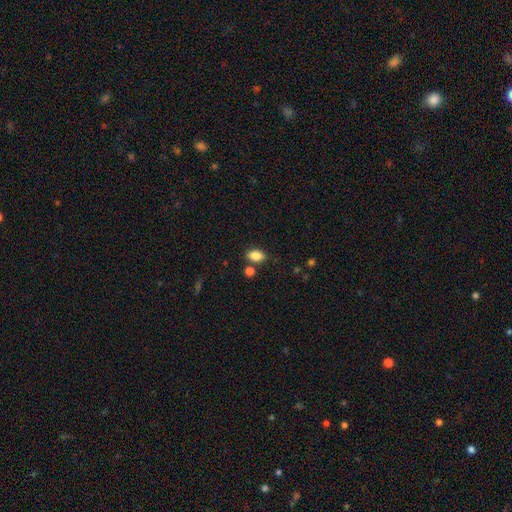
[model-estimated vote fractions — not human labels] This appears to be a smooth galaxy with no disk features (85%) that is in between round and cigar-shaped (87%). Merging: none (77%).